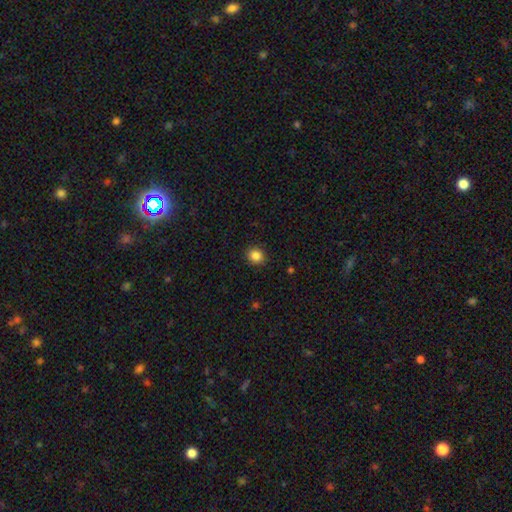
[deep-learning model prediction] This is clearly a smooth galaxy (85%). How rounded: clearly round (82%). Merging: clearly none (90%).